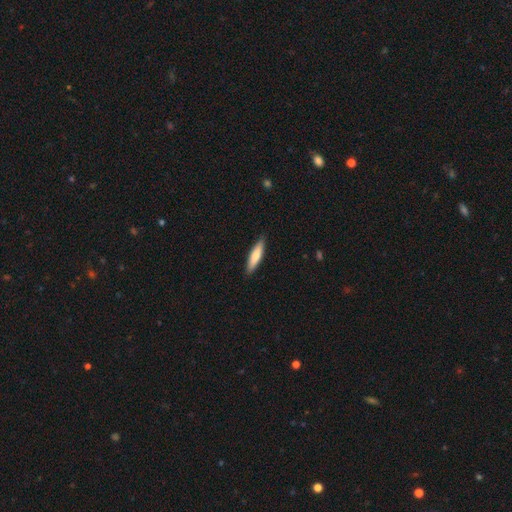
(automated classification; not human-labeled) smooth 70%, featured or disk 25%, star or artifact 5%. Down the decision tree: how rounded — cigar-shaped (75%); merging — none (88%).